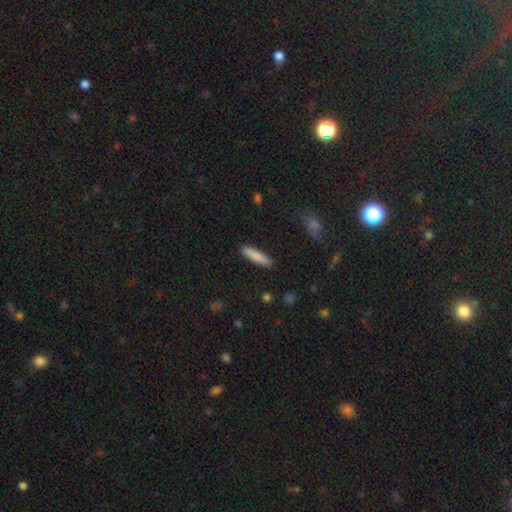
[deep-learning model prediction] A smooth galaxy with no disk features (84%) that is cigar-shaped (83%).

Vote fractions:
- Smooth or featured? smooth: 84% / featured or disk: 11% / star or artifact: 6%
- How rounded? cigar-shaped: 83% / in between: 16% / round: 1%
- Merging? none: 89% / minor disturbance: 8% / major disturbance: 2% / merger: 2%